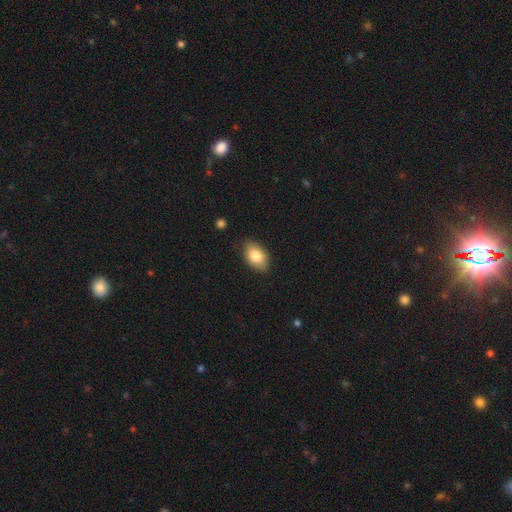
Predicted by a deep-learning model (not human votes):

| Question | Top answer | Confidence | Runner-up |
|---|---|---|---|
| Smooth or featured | smooth | 82% | featured or disk (11%) |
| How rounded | in between | 90% | round (8%) |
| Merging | none | 83% | minor disturbance (14%) |